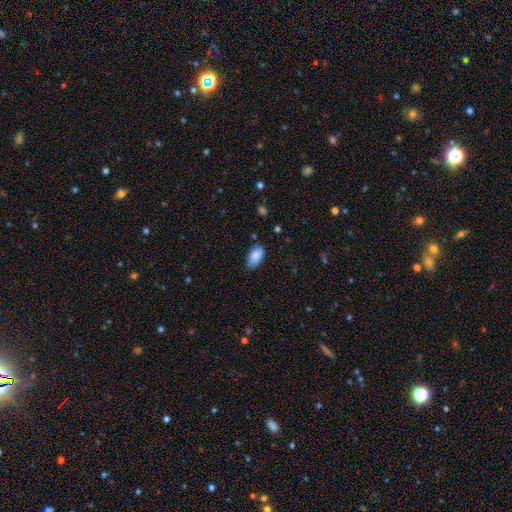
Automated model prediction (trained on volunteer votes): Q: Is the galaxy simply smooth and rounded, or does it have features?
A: smooth — 86%.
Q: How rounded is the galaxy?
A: in between — 93%.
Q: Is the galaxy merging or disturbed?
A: none — 72%.